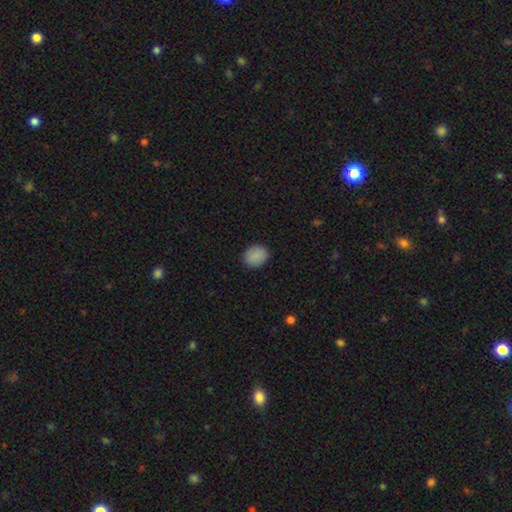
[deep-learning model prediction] Smooth or featured? Predicted: smooth (p=0.88). How rounded? Predicted: round (p=0.67). Merging? Predicted: none (p=0.89).